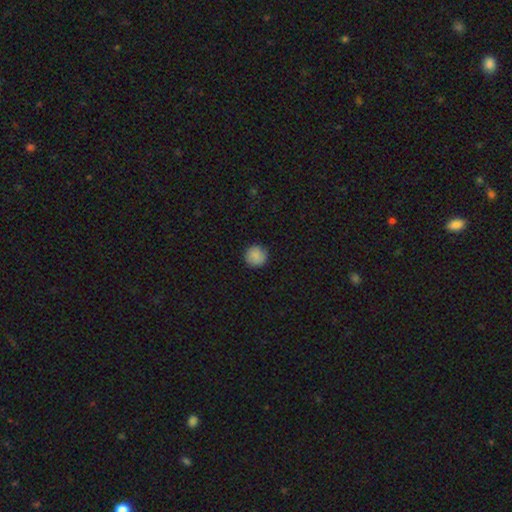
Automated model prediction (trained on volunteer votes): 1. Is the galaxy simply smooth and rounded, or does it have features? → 85% smooth, 8% star or artifact, 7% featured or disk.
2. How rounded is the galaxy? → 95% round, 5% in between, 1% cigar-shaped.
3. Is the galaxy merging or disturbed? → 88% none, 9% minor disturbance, 2% major disturbance, 1% merger.